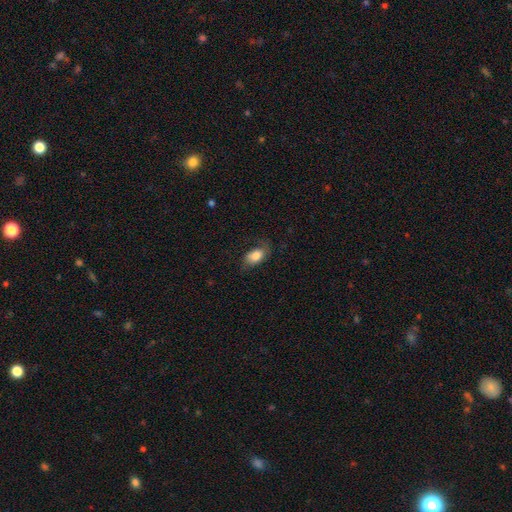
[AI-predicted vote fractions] smooth-or-featured: smooth: 77% | featured or disk: 15% | star or artifact: 8%
  how-rounded: in between: 87% | round: 10% | cigar-shaped: 2%
  merging: none: 63% | minor disturbance: 24% | major disturbance: 11% | merger: 1%